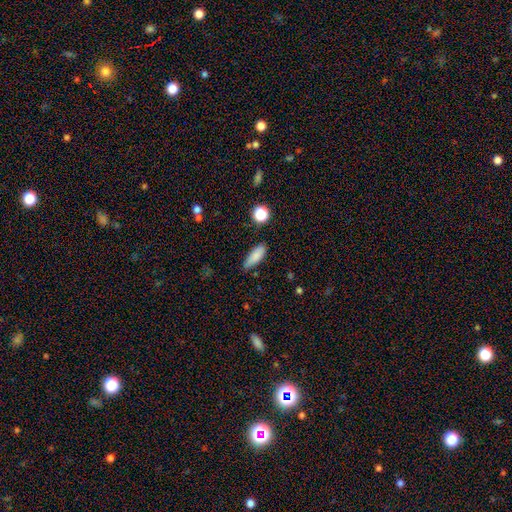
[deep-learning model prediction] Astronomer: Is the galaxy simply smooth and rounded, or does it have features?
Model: smooth — 84%.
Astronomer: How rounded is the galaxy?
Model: in between — 65%.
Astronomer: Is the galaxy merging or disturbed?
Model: none — 77%.